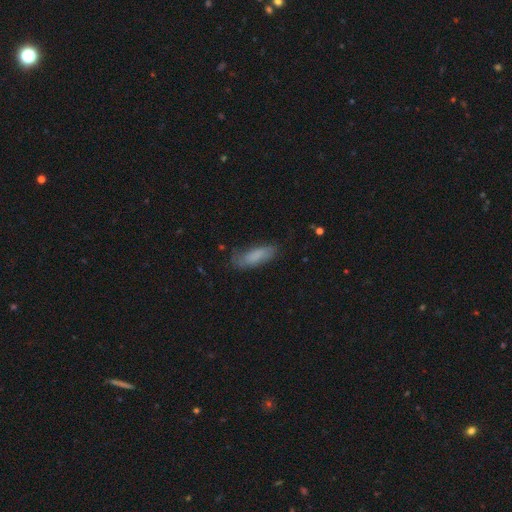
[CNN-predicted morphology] type=smooth (78%); roundness=in between (61%); merging=none (63%).